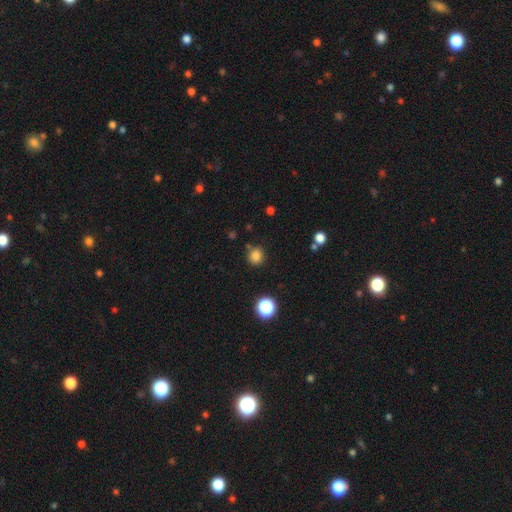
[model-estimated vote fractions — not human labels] Smooth or featured? Predicted: smooth (p=0.82). How rounded? Predicted: round (p=0.86). Merging? Predicted: none (p=0.84).